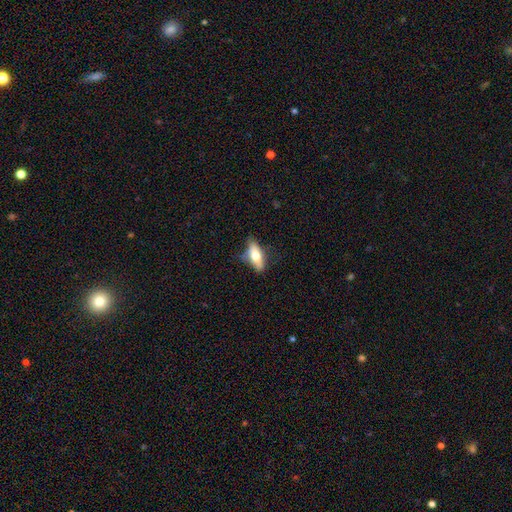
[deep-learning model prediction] Smooth or featured? Predicted: smooth (p=0.59). How rounded? Predicted: in between (p=0.71). Merging? Predicted: none (p=0.61).